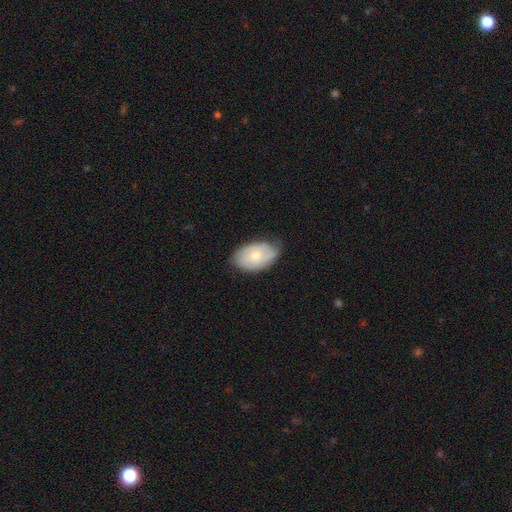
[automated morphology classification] Smooth or featured? smooth (58%)
How rounded? in between (91%)
Merging? none (67%)